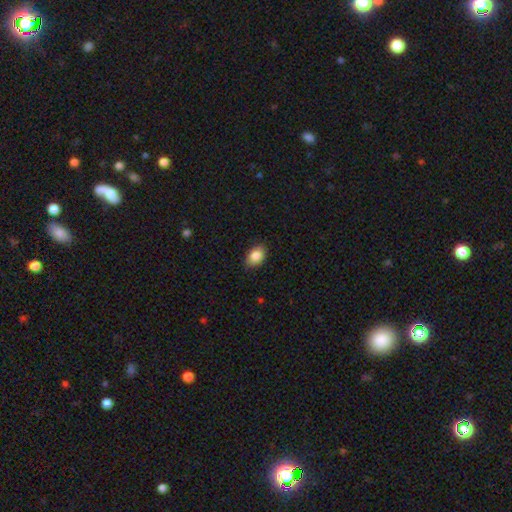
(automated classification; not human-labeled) smooth_or_featured: smooth (p=0.86) [alt: star or artifact p=0.08]
how_rounded: in between (p=0.80) [alt: round p=0.19]
merging: none (p=0.86) [alt: minor disturbance p=0.11]